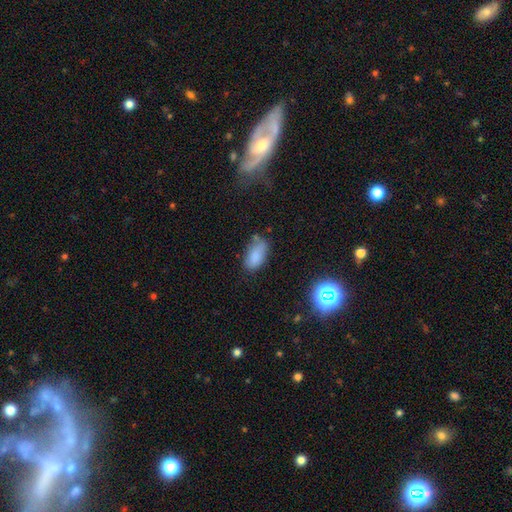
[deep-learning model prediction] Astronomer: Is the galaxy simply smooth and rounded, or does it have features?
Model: smooth — 83%.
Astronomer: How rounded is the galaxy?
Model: in between — 93%.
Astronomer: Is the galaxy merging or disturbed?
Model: none — 55% (runner-up: minor disturbance, 30%).